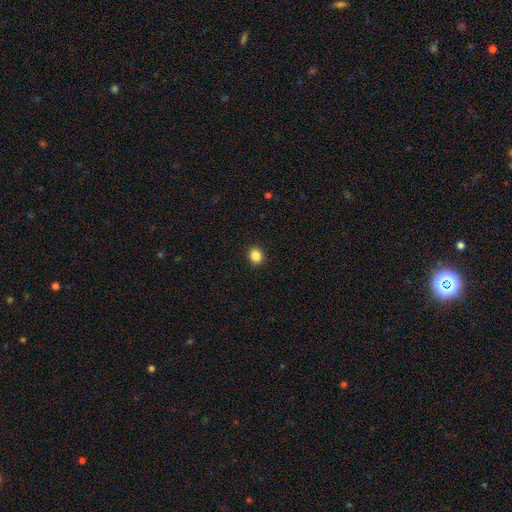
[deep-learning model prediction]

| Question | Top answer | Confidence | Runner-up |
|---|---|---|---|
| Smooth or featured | smooth | 87% | star or artifact (10%) |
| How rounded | round | 71% | in between (28%) |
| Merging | none | 91% | minor disturbance (6%) |